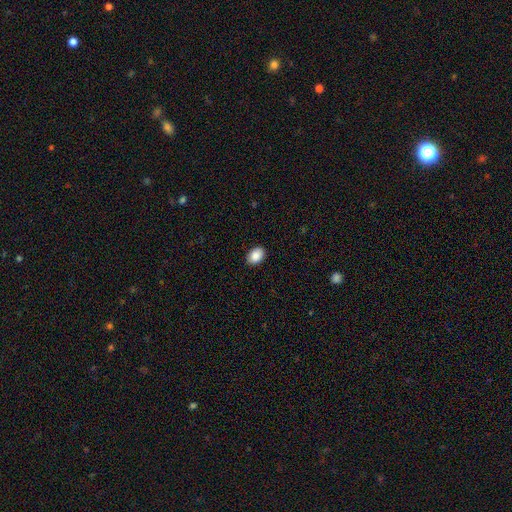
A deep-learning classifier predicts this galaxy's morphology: This is clearly a smooth galaxy (89%). How rounded: likely in between (78%). Merging: clearly none (90%).